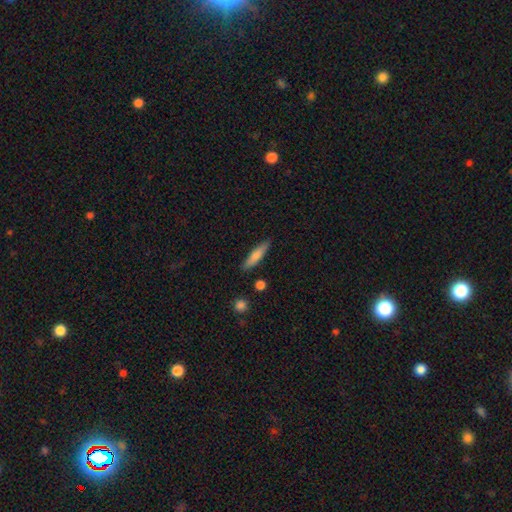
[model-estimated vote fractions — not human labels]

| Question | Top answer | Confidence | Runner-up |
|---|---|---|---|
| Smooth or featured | smooth | 74% | featured or disk (20%) |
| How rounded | cigar-shaped | 81% | in between (17%) |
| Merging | none | 86% | minor disturbance (9%) |